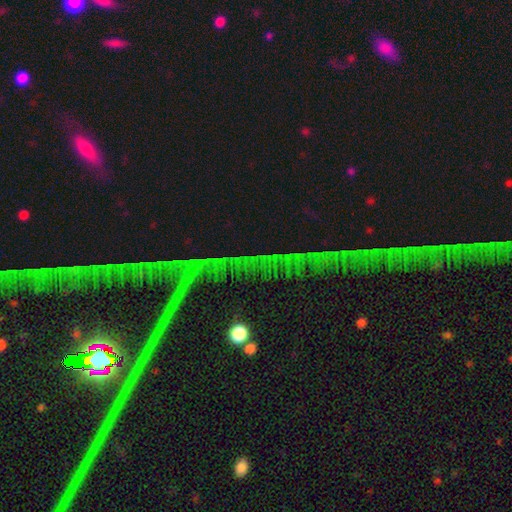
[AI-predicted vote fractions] Morphology: type=star or artifact (74%).